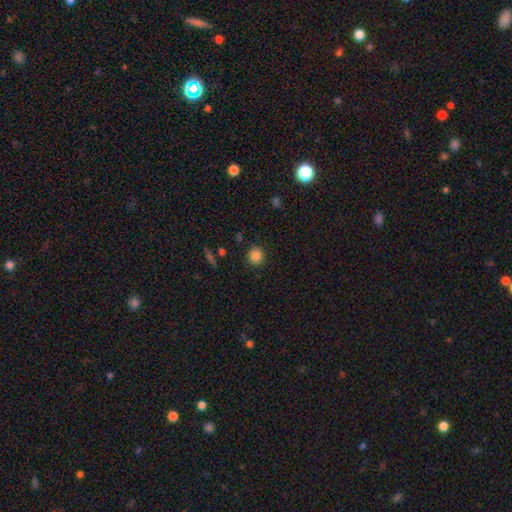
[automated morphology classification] Q: Smooth or featured?
A: smooth (84%); runner-up: star or artifact (11%)
Q: How rounded?
A: round (88%); runner-up: in between (11%)
Q: Merging?
A: none (88%); runner-up: minor disturbance (8%)